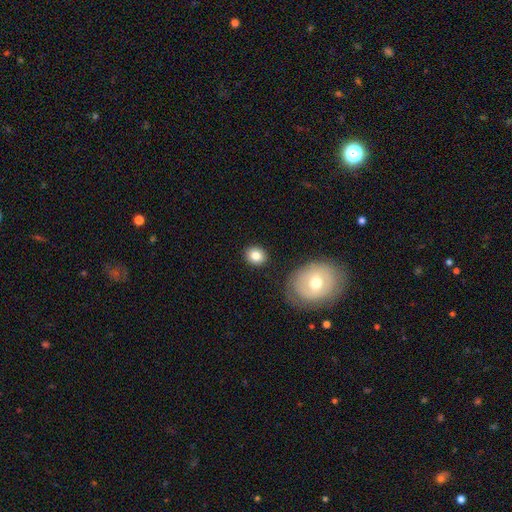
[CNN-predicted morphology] Q: Smooth or featured?
A: smooth (82%); runner-up: featured or disk (9%)
Q: How rounded?
A: round (69%); runner-up: in between (30%)
Q: Merging?
A: none (85%); runner-up: minor disturbance (8%)